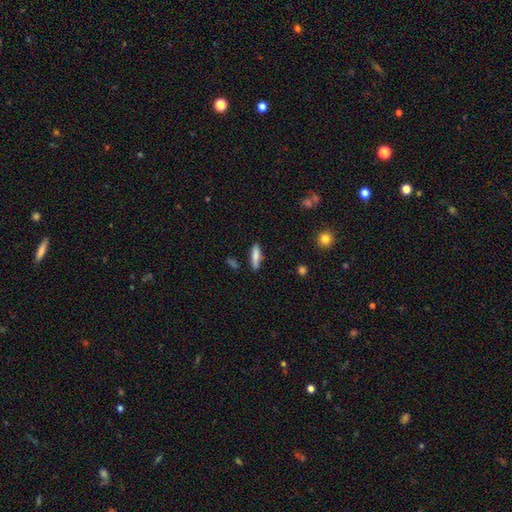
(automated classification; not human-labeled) Overall: smooth (79%). How rounded: cigar-shaped (71%). Merging: none (81%).